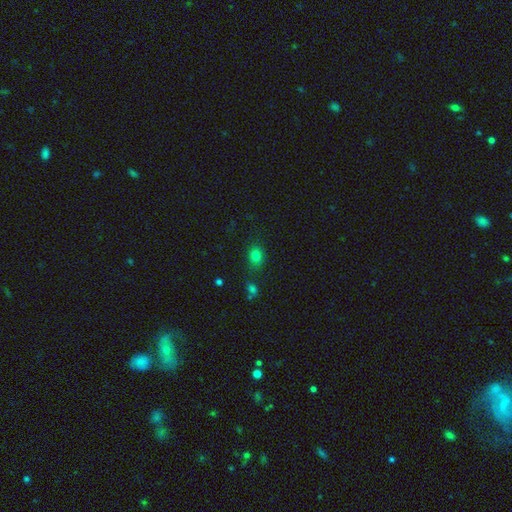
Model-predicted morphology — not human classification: A smooth galaxy with no disk features (78%) that is round (50%). Merging: none (78%).